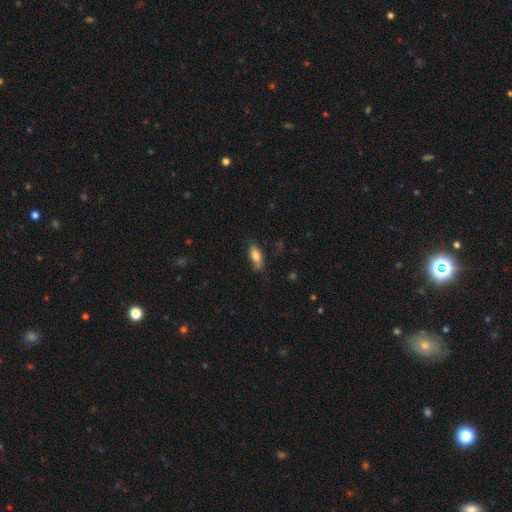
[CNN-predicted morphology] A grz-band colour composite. It shows a smooth galaxy with no disk features (77%) that is in between round and cigar-shaped (77%). Merging: none (74%).